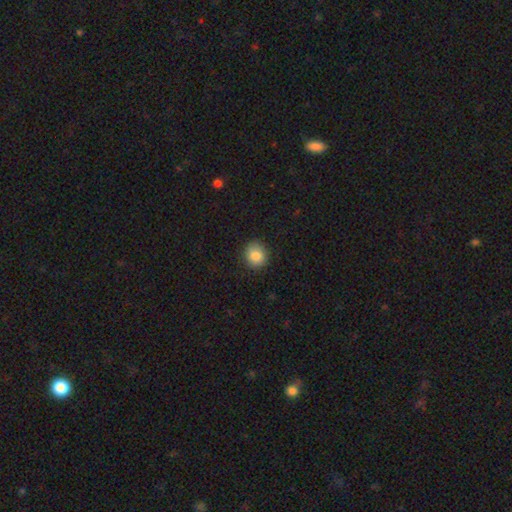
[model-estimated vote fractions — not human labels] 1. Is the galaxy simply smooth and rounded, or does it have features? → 84% smooth, 9% star or artifact, 6% featured or disk.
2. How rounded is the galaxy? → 84% round, 15% in between, 1% cigar-shaped.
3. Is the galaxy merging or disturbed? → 86% none, 11% minor disturbance, 2% major disturbance, 1% merger.